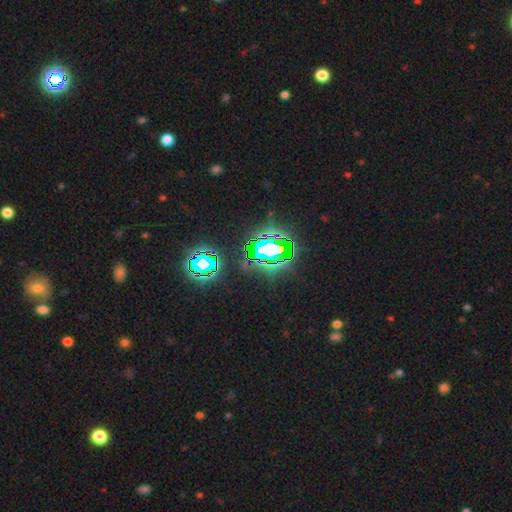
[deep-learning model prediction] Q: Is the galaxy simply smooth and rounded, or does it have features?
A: star or artifact — 84%.